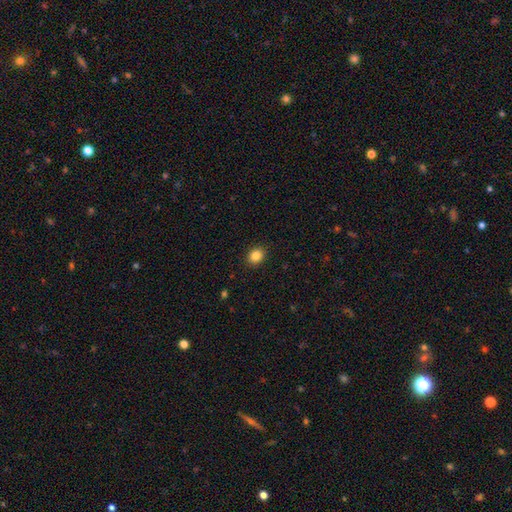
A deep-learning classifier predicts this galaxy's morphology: Smooth or featured? Predicted: smooth (p=0.86). How rounded? Predicted: round (p=0.56). Merging? Predicted: none (p=0.90).